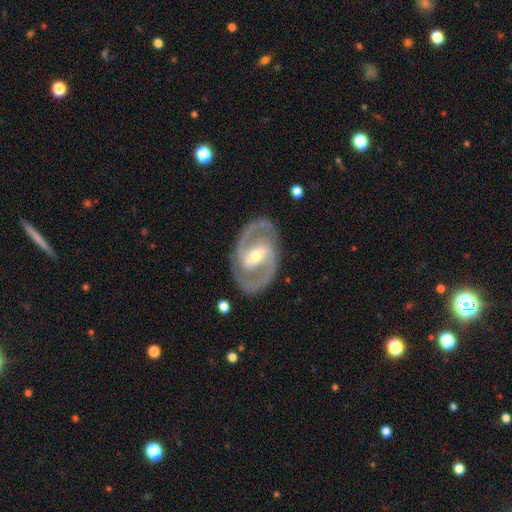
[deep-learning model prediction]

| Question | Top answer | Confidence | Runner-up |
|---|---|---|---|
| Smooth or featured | featured or disk | 91% | smooth (5%) |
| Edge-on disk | no | 97% | yes (3%) |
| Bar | strong | 46% | weak (39%) |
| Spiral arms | yes | 96% | no (4%) |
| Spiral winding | medium | 60% | tight (29%) |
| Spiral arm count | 2 | 93% | can't tell (2%) |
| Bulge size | moderate | 53% | small (42%) |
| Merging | none | 85% | minor disturbance (10%) |